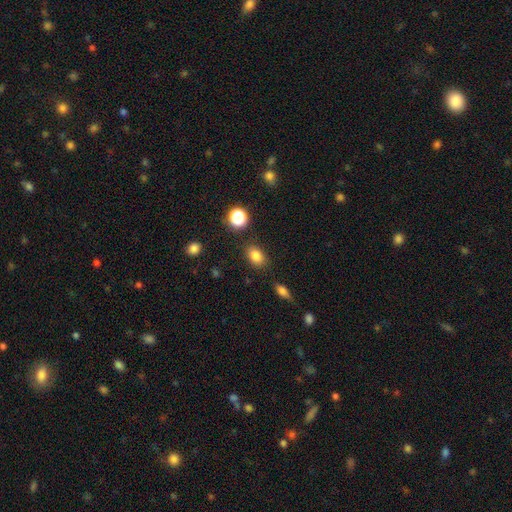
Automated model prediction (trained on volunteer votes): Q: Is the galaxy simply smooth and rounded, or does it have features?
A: smooth — 83%.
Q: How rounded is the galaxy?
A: in between — 74%.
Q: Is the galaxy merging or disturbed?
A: none — 83%.